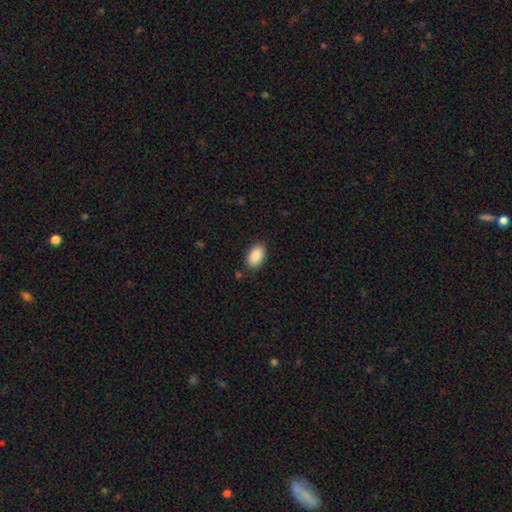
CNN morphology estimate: smooth_or_featured: smooth (p=0.89) [alt: star or artifact p=0.07]
how_rounded: in between (p=0.93) [alt: round p=0.06]
merging: none (p=0.85) [alt: minor disturbance p=0.10]